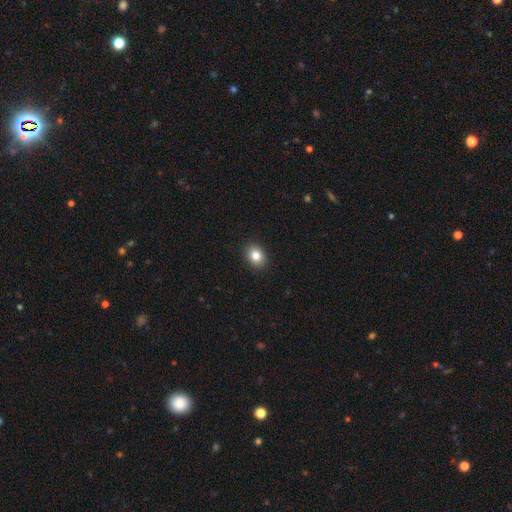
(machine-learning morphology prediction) Smooth or featured: smooth — 83% (star or artifact — 10%)
How rounded: round — 50% (in between — 49%)
Merging: none — 91% (minor disturbance — 6%)